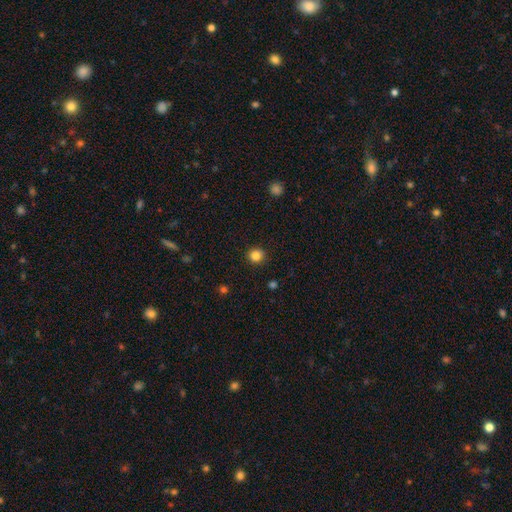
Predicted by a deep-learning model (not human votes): smooth 84%, star or artifact 12%, featured or disk 4%. Down the decision tree: how rounded — round (88%); merging — none (90%).